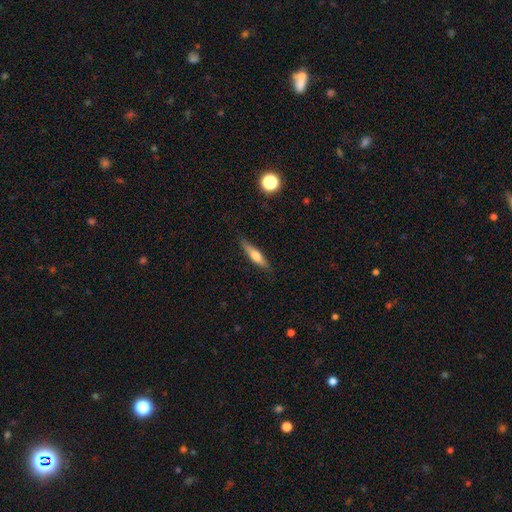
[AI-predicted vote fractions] smooth_or_featured: smooth (p=0.56) [alt: featured or disk p=0.37]
how_rounded: cigar-shaped (p=0.78) [alt: in between p=0.20]
merging: none (p=0.82) [alt: minor disturbance p=0.14]